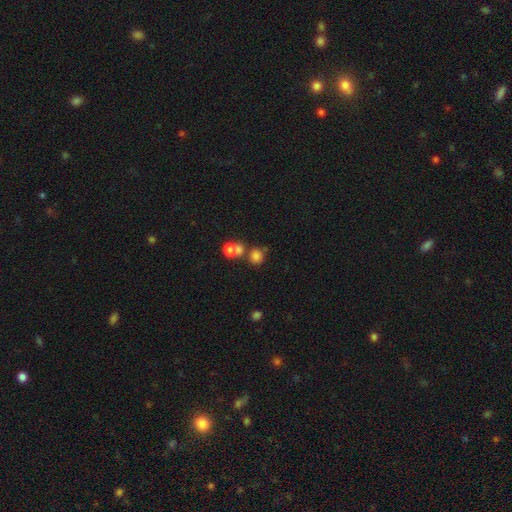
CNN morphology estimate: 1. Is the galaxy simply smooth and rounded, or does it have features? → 76% smooth, 14% star or artifact, 10% featured or disk.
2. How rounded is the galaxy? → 83% round, 16% in between, 1% cigar-shaped.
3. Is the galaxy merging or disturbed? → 48% none, 39% merger, 9% minor disturbance, 5% major disturbance.